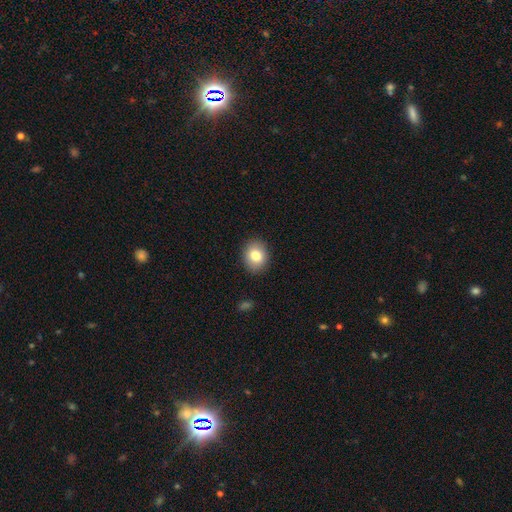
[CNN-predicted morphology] This is clearly a smooth galaxy (81%). How rounded: possibly round (59%). Merging: clearly none (90%).